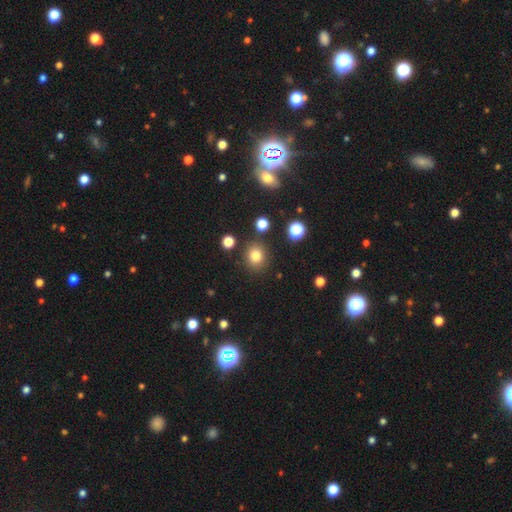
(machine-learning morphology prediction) A smooth galaxy with no disk features (79%) that is round (80%).

Vote fractions:
- Smooth or featured? smooth: 79% / star or artifact: 14% / featured or disk: 6%
- How rounded? round: 80% / in between: 19% / cigar-shaped: 1%
- Merging? none: 84% / minor disturbance: 8% / merger: 4% / major disturbance: 3%